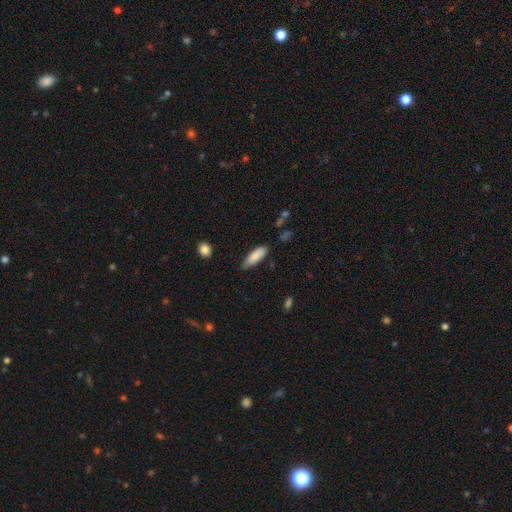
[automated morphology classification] type=smooth (85%); roundness=in between (57%); merging=none (75%).